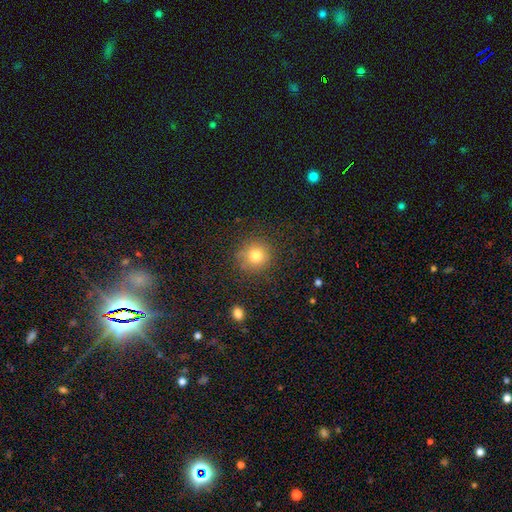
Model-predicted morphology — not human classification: smooth_or_featured: smooth (p=0.79) [alt: star or artifact p=0.13]
how_rounded: round (p=0.91) [alt: in between p=0.08]
merging: none (p=0.83) [alt: minor disturbance p=0.12]